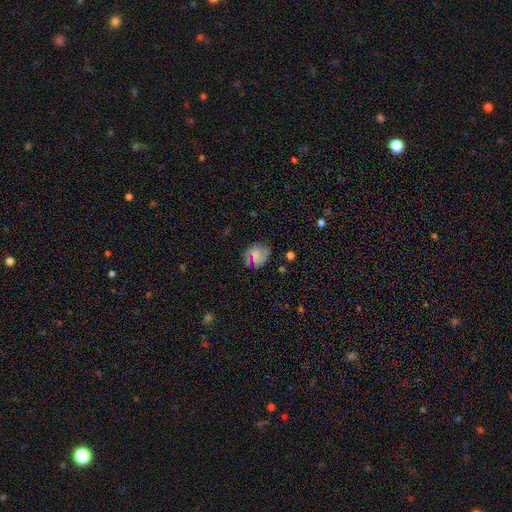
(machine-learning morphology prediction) This is possibly a smooth galaxy (48%). Merging: likely none (67%).